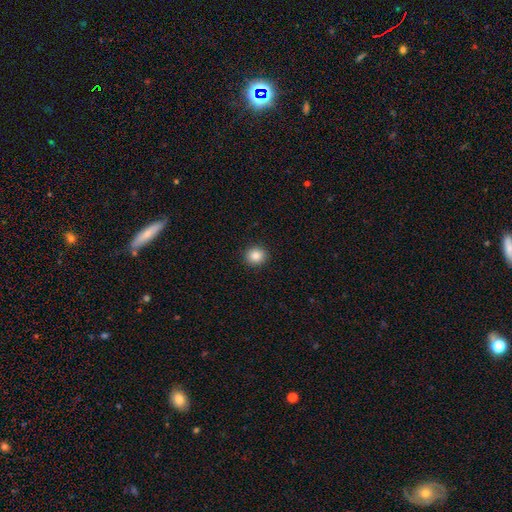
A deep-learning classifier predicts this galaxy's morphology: smooth_or_featured: smooth (p=0.87) [alt: star or artifact p=0.09]
how_rounded: round (p=0.83) [alt: in between p=0.16]
merging: none (p=0.92) [alt: minor disturbance p=0.05]